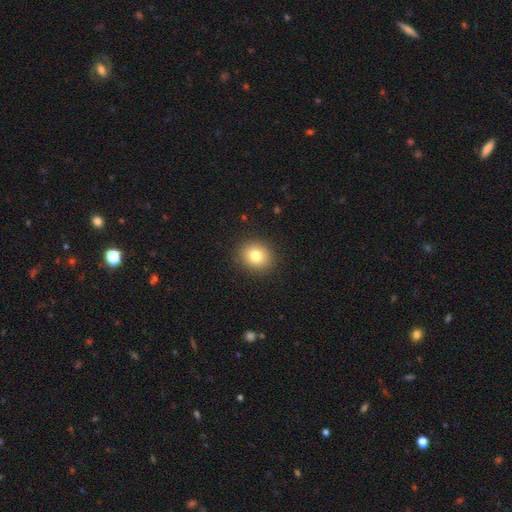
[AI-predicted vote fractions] This is likely a smooth galaxy (79%). How rounded: likely round (77%). Merging: clearly none (89%).